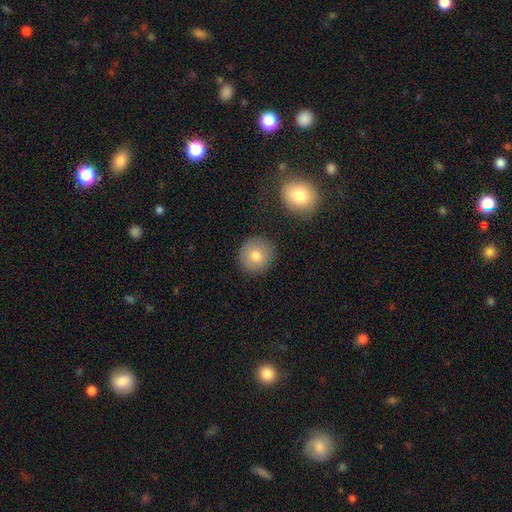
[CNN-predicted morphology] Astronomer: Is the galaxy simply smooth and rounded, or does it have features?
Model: smooth — 79%.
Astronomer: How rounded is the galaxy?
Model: round — 93%.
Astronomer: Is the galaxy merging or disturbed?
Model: none — 87%.